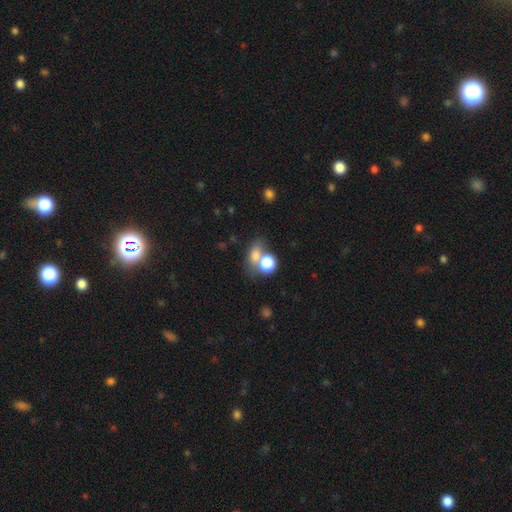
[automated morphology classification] type=smooth (73%); roundness=in between (58%); merging=merger (44%).